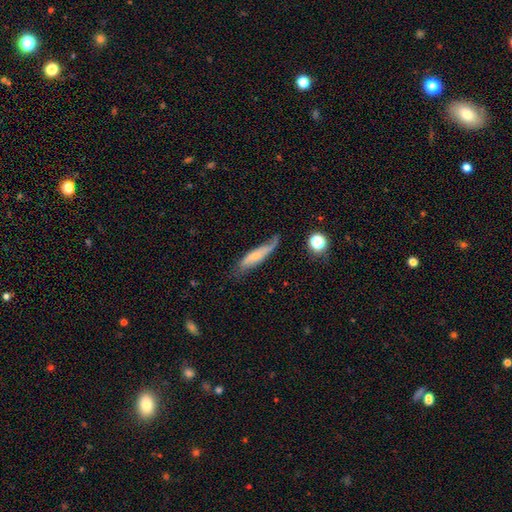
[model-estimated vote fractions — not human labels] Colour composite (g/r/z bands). It shows a smooth galaxy with no disk features (50%) that is cigar-shaped (74%). Merging: none (47%).